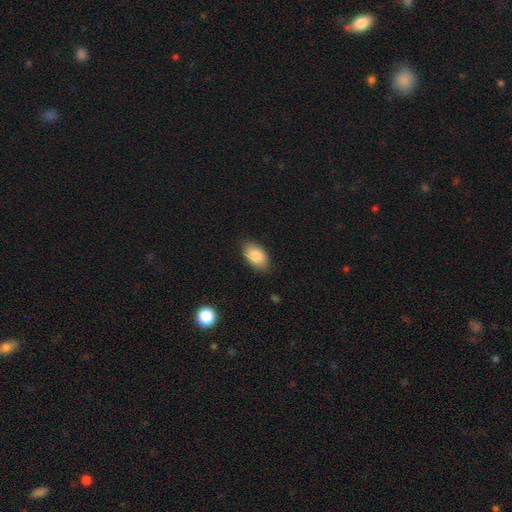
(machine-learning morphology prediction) smooth 85%, featured or disk 8%, star or artifact 7%. Down the decision tree: how rounded — in between (93%); merging — none (84%).